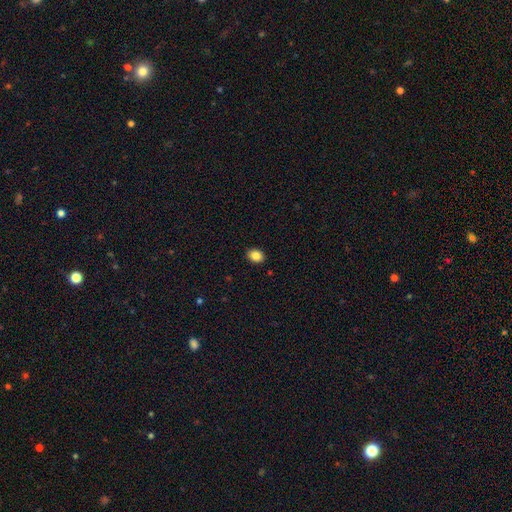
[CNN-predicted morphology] smooth_or_featured: smooth (p=0.85) [alt: star or artifact p=0.09]
how_rounded: in between (p=0.66) [alt: round p=0.33]
merging: none (p=0.90) [alt: minor disturbance p=0.07]